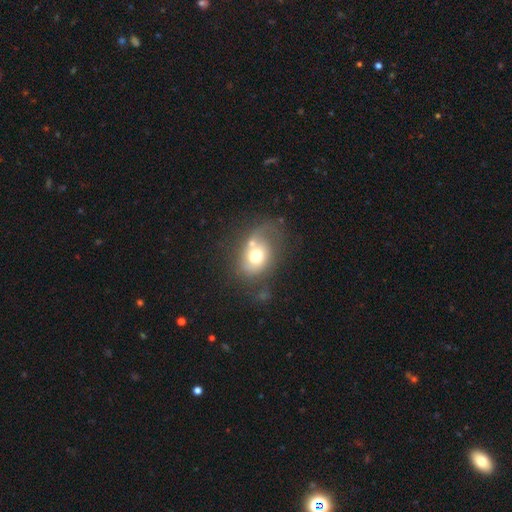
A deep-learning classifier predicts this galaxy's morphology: Smooth or featured? Predicted: smooth (p=0.51). How rounded? Predicted: in between (p=0.54). Merging? Predicted: none (p=0.39).